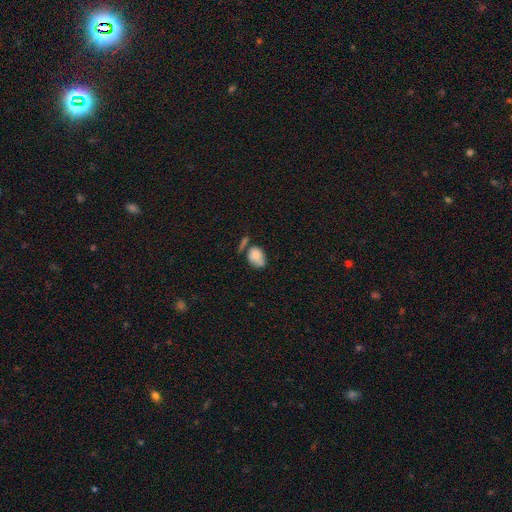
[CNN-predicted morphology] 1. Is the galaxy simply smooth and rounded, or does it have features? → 76% smooth, 15% featured or disk, 8% star or artifact.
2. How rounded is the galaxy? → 72% in between, 26% round, 2% cigar-shaped.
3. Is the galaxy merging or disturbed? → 39% none, 26% minor disturbance, 23% merger, 12% major disturbance.